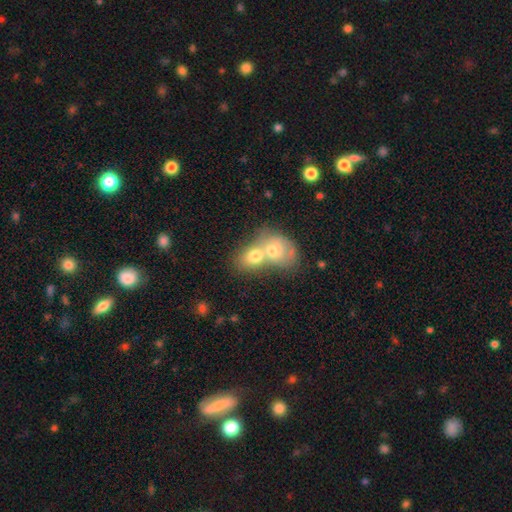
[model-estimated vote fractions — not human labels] Smooth or featured? Predicted: smooth (p=0.67). How rounded? Predicted: in between (p=0.61). Merging? Predicted: merger (p=0.73).